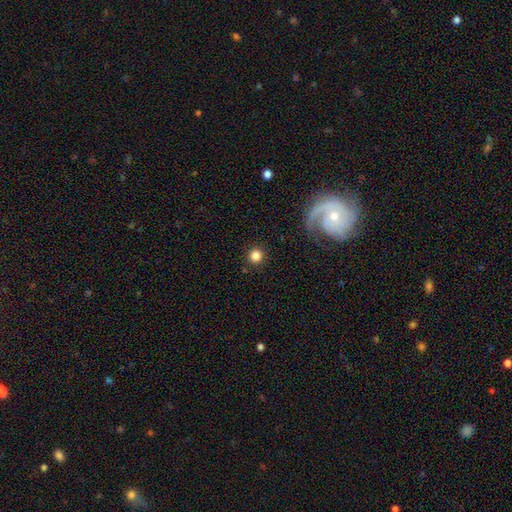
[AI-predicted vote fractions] smooth 82%, star or artifact 11%, featured or disk 6%. Down the decision tree: how rounded — round (94%); merging — none (90%).